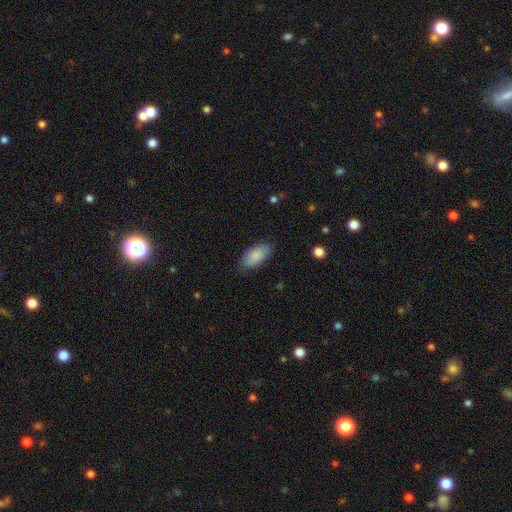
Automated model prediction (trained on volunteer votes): Overall: smooth (85%). How rounded: in between (93%). Merging: none (82%).